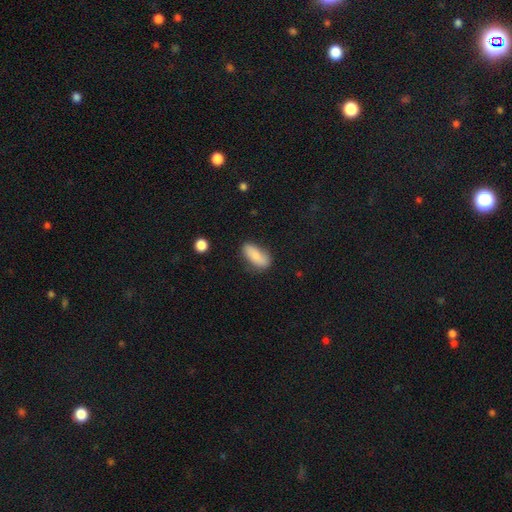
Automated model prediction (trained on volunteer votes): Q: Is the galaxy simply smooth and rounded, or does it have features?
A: smooth — 82%.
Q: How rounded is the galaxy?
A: in between — 83%.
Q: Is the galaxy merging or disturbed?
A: none — 69%.